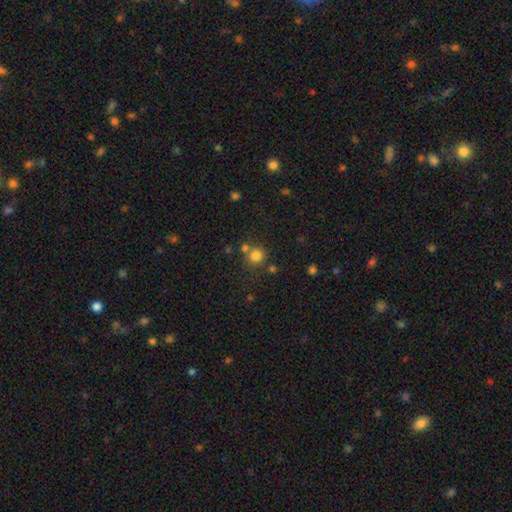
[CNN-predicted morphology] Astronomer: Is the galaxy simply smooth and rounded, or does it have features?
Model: smooth — 79%.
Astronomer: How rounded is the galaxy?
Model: round — 91%.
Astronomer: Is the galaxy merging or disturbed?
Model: none — 69%.